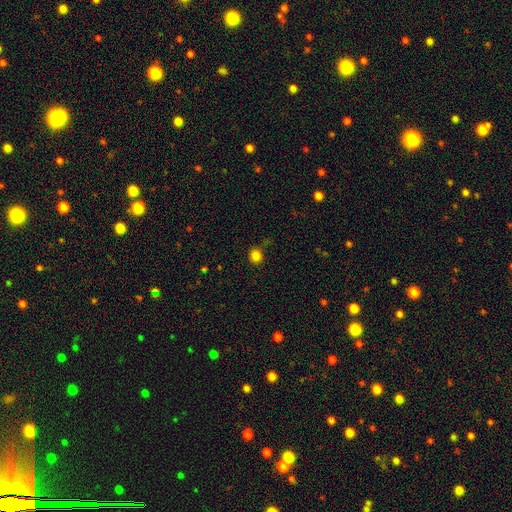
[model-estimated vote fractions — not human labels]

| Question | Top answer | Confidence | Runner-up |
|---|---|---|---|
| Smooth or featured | smooth | 83% | star or artifact (13%) |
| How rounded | round | 80% | in between (19%) |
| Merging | none | 82% | minor disturbance (12%) |